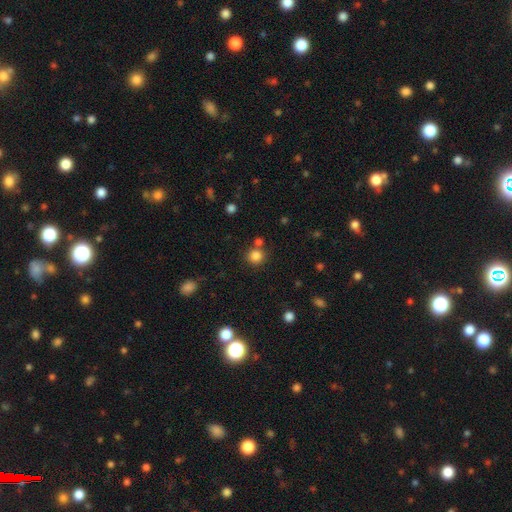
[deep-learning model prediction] Morphology: type=smooth (83%); roundness=round (89%); merging=none (72%).